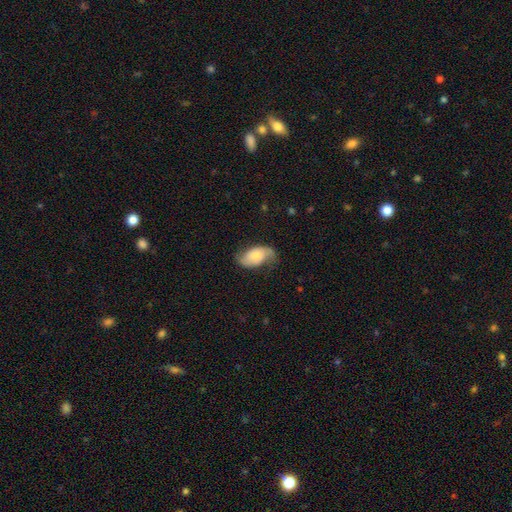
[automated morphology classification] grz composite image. It shows a featured or disk galaxy (50%). Merging: none (60%).